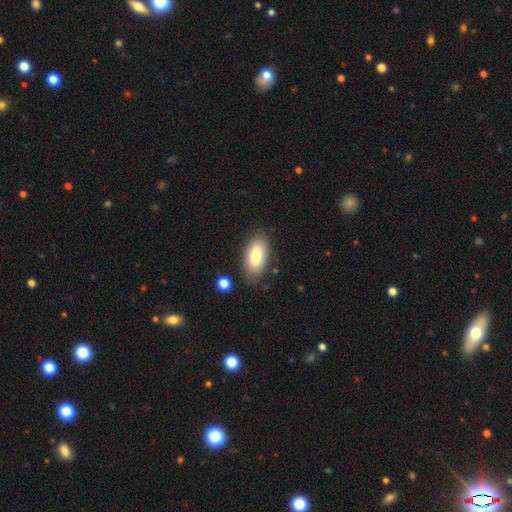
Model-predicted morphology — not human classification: The model was most divided on "smooth or featured": smooth: 80%, featured or disk: 13%, star or artifact: 6%. More confident: how rounded — in between (89%); merging — none (82%).